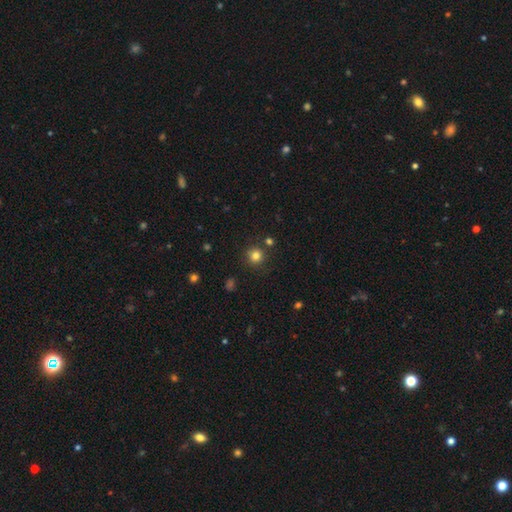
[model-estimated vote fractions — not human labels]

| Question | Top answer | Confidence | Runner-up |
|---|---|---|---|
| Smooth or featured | smooth | 81% | star or artifact (13%) |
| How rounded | round | 94% | in between (5%) |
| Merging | none | 86% | minor disturbance (7%) |